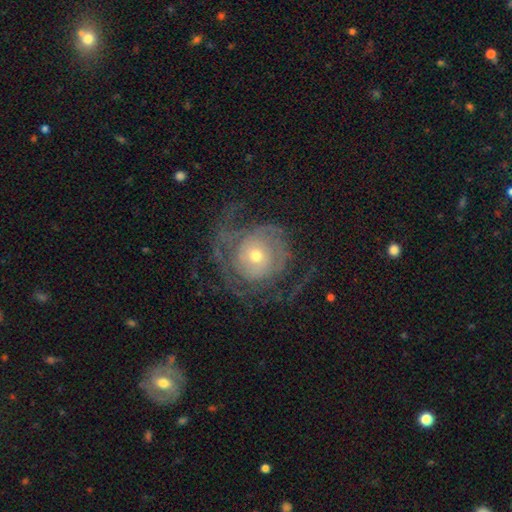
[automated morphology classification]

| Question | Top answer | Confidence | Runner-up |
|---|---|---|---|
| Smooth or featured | featured or disk | 77% | smooth (15%) |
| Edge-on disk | no | 97% | yes (3%) |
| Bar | no | 79% | weak (16%) |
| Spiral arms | yes | 83% | no (17%) |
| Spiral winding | tight | 47% | medium (33%) |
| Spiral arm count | can't tell | 34% | 2 (31%) |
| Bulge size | small | 49% | moderate (45%) |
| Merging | none | 55% | major disturbance (27%) |